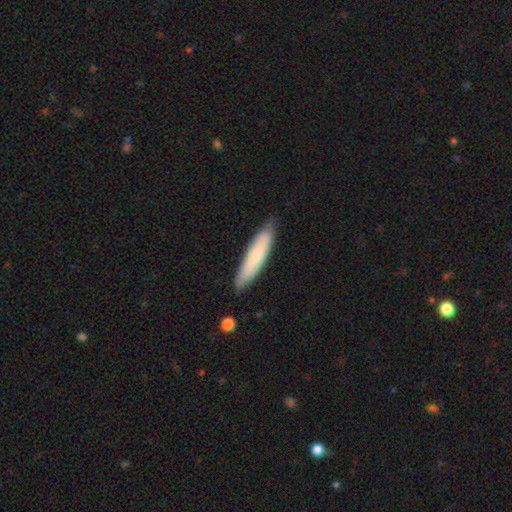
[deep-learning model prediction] smooth 74%, featured or disk 20%, star or artifact 6%. Down the decision tree: how rounded — cigar-shaped (82%); merging — none (83%).